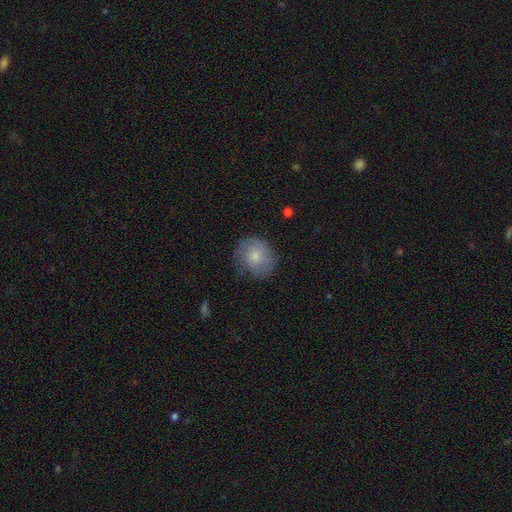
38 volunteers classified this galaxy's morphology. Smooth or featured? 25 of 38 (66%) said smooth. How rounded? 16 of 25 (64%) said round. Merging? 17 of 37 (46%) said minor disturbance.